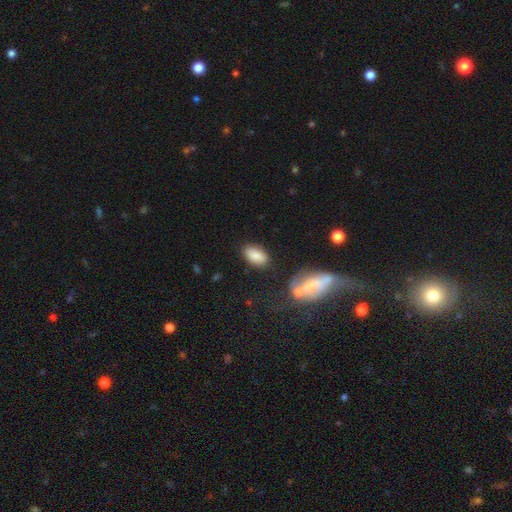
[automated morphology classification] smooth_or_featured: smooth (p=0.84) [alt: featured or disk p=0.08]
how_rounded: in between (p=0.93) [alt: round p=0.04]
merging: none (p=0.80) [alt: minor disturbance p=0.13]